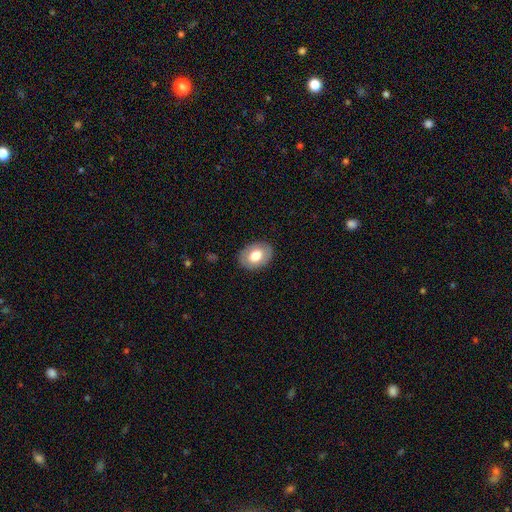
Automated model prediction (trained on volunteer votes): Smooth or featured: smooth — 70% (featured or disk — 23%)
How rounded: in between — 79% (round — 20%)
Merging: none — 86% (minor disturbance — 10%)